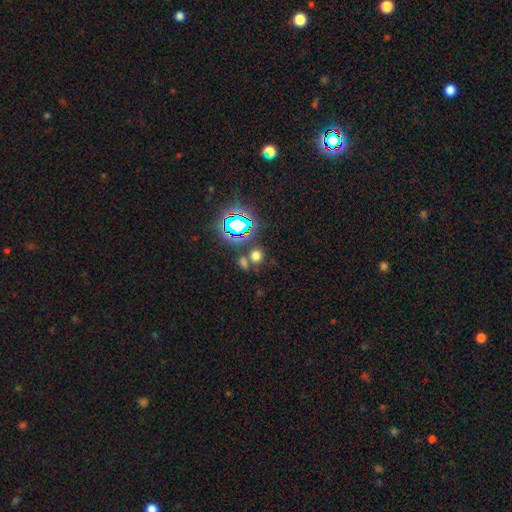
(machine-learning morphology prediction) smooth_or_featured: smooth (p=0.62) [alt: star or artifact p=0.31]
how_rounded: round (p=0.78) [alt: in between p=0.20]
merging: none (p=0.65) [alt: merger p=0.21]